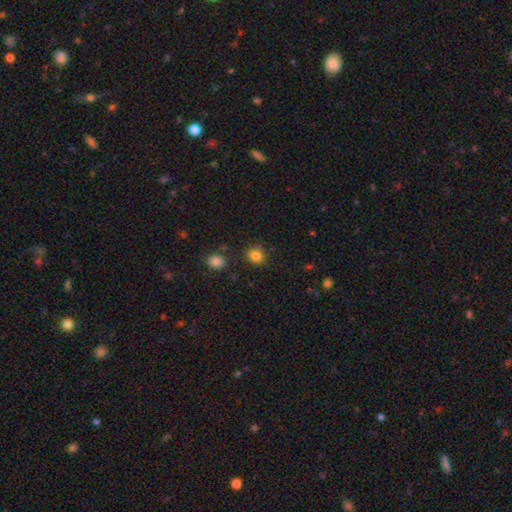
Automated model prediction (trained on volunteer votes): Morphology: type=smooth (84%); roundness=round (79%); merging=none (85%).